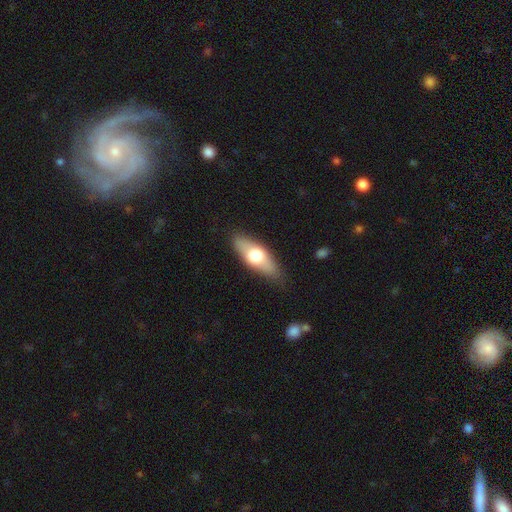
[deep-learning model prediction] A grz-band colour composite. It shows a smooth galaxy with no disk features (57%) that is in between round and cigar-shaped (66%). Merging: none (83%).